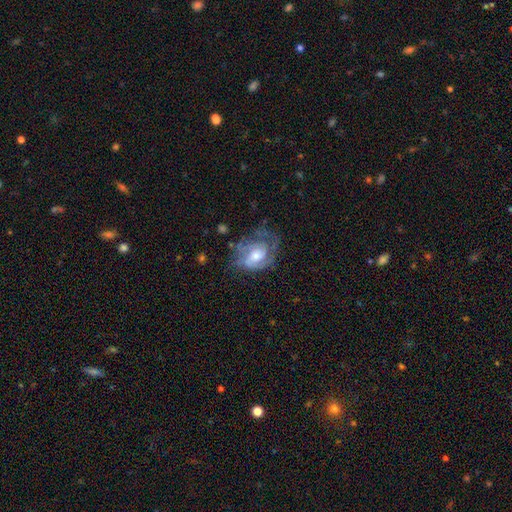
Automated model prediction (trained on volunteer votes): Smooth or featured? featured or disk (76%)
Edge-on disk? no (97%)
Bar? no (54%)
Spiral arms? yes (87%)
Spiral winding? tight (46%)
Spiral arm count? 2 (46%)
Bulge size? moderate (58%)
Merging? none (53%)